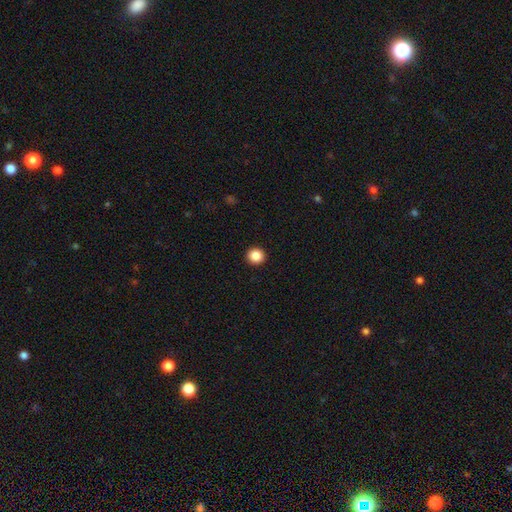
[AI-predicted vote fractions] A smooth galaxy with no disk features (87%) that is round (92%). Merging: none (93%).